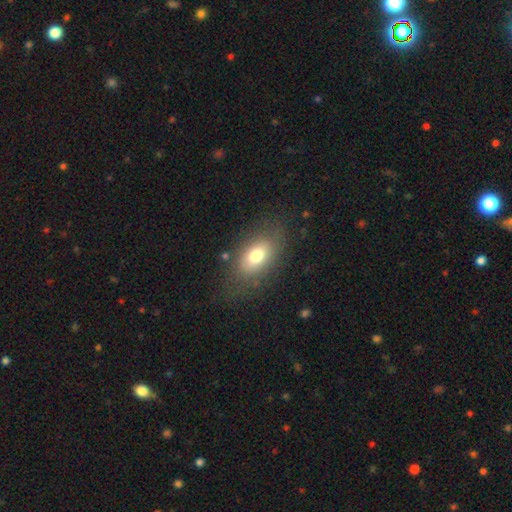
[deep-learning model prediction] smooth_or_featured: smooth (p=0.73) [alt: featured or disk p=0.17]
how_rounded: in between (p=0.84) [alt: round p=0.13]
merging: none (p=0.76) [alt: minor disturbance p=0.15]